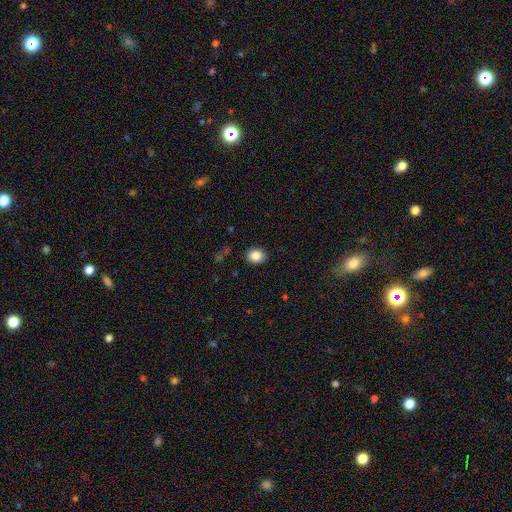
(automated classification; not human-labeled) smooth-or-featured: smooth: 87% | star or artifact: 9% | featured or disk: 4%
  how-rounded: round: 61% | in between: 38% | cigar-shaped: 1%
  merging: none: 88% | minor disturbance: 8% | major disturbance: 2% | merger: 1%